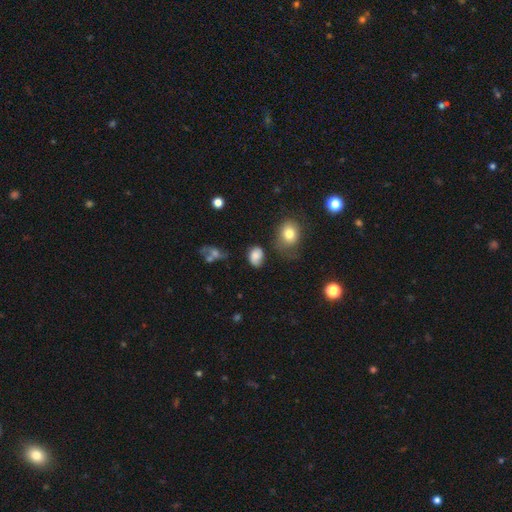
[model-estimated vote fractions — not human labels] Smooth or featured? Predicted: smooth (p=0.76). How rounded? Predicted: in between (p=0.66). Merging? Predicted: none (p=0.59).